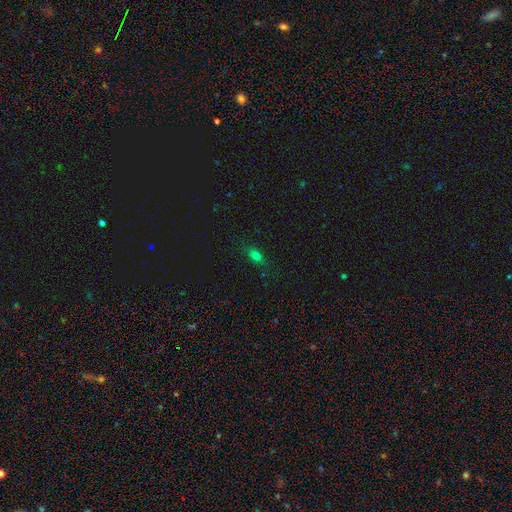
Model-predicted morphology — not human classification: Q: Smooth or featured?
A: smooth (71%); runner-up: star or artifact (15%)
Q: How rounded?
A: in between (72%); runner-up: round (15%)
Q: Merging?
A: none (82%); runner-up: minor disturbance (13%)